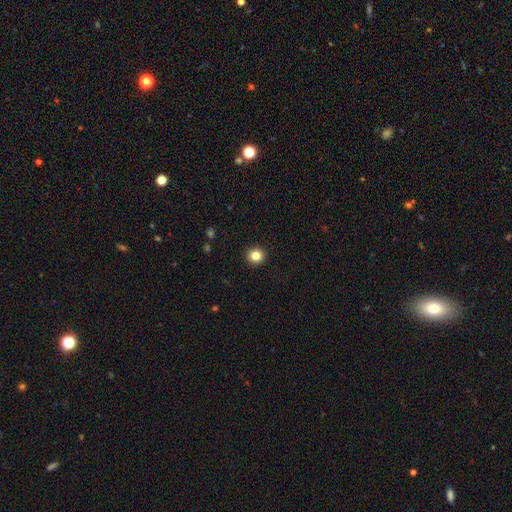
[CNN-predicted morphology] type=smooth (83%); roundness=round (94%); merging=none (93%).